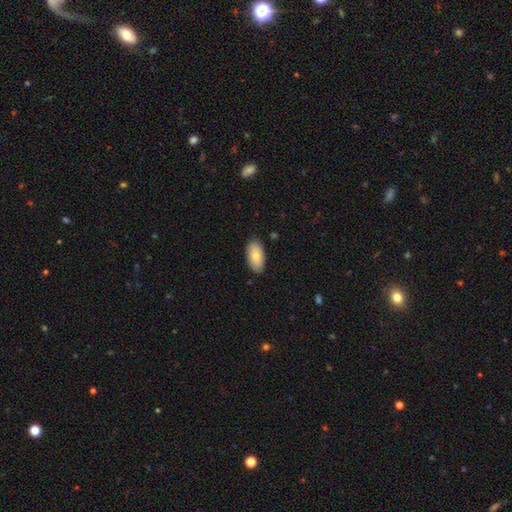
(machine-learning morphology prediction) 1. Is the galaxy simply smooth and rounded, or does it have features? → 81% smooth, 13% featured or disk, 6% star or artifact.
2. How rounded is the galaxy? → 94% in between, 3% cigar-shaped, 3% round.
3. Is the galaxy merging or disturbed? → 87% none, 10% minor disturbance, 2% major disturbance, 1% merger.